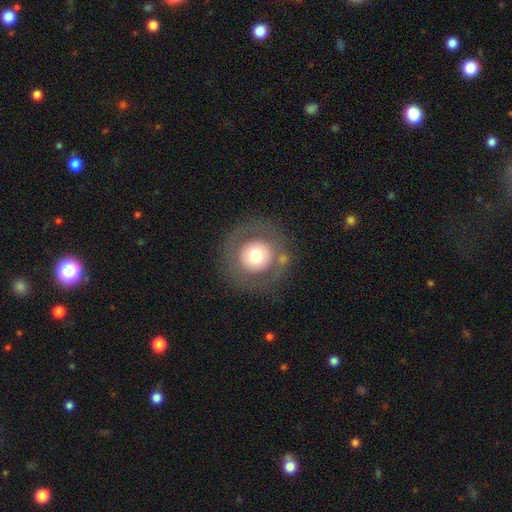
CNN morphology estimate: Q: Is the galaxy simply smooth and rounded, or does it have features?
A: smooth — 61%.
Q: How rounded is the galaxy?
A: round — 95%.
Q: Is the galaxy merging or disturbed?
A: none — 83%.